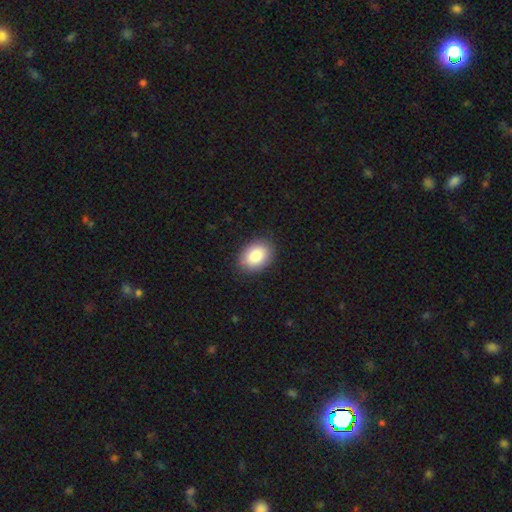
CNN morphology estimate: Overall: smooth (86%). How rounded: in between (77%). Merging: none (87%).